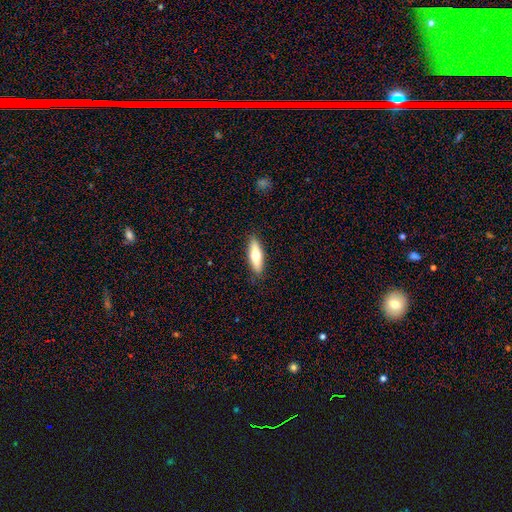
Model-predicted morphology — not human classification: smooth 61%, featured or disk 34%, star or artifact 6%. Down the decision tree: how rounded — cigar-shaped (51%); merging — none (89%).